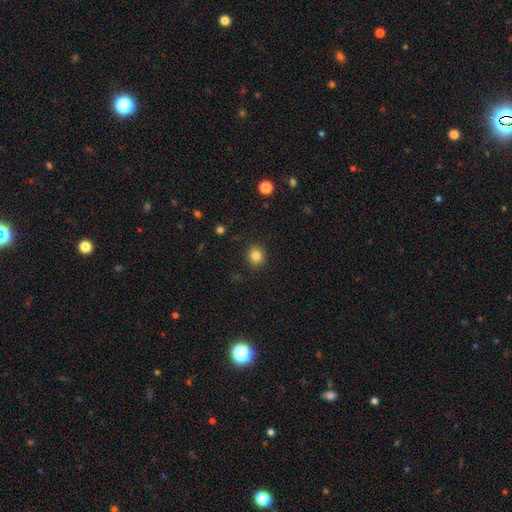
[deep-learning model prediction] smooth-or-featured: smooth: 84% | star or artifact: 11% | featured or disk: 5%
  how-rounded: round: 82% | in between: 17% | cigar-shaped: 1%
  merging: none: 90% | minor disturbance: 7% | major disturbance: 2% | merger: 1%